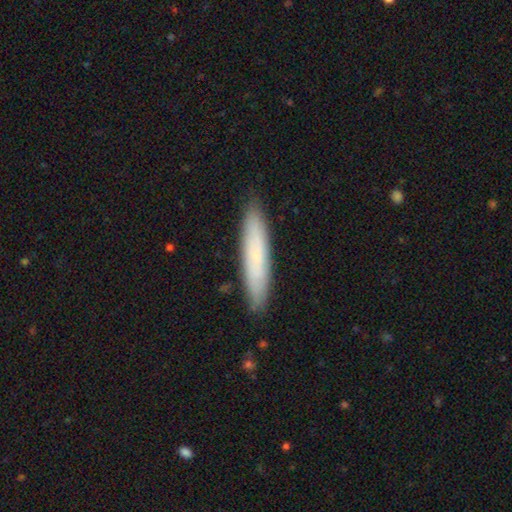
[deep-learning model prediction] This is likely a smooth galaxy (63%). How rounded: clearly cigar-shaped (88%). Merging: clearly none (89%).